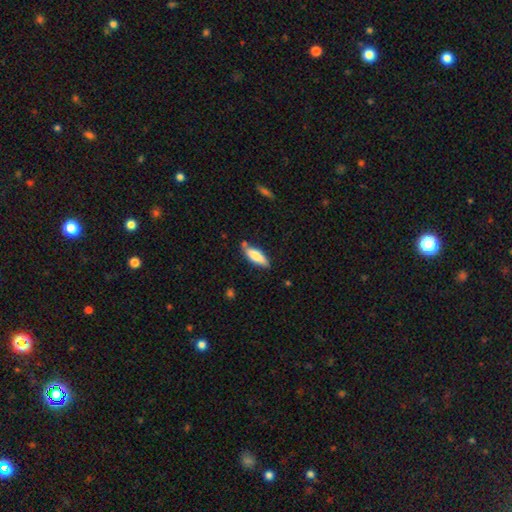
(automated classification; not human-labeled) This is likely a smooth galaxy (76%). How rounded: possibly in between (57%). Merging: likely none (68%).